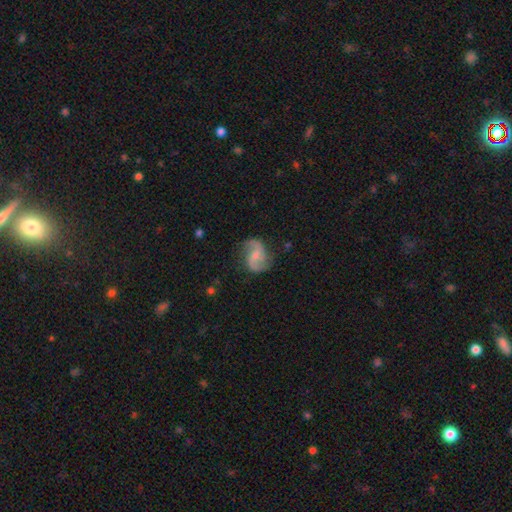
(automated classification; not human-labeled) Q: Smooth or featured?
A: featured or disk (85%); runner-up: smooth (10%)
Q: Edge-on disk?
A: no (98%); runner-up: yes (2%)
Q: Bar?
A: weak (45%); runner-up: no (43%)
Q: Spiral arms?
A: yes (97%); runner-up: no (3%)
Q: Spiral winding?
A: loose (50%); runner-up: medium (41%)
Q: Spiral arm count?
A: 2 (93%); runner-up: can't tell (2%)
Q: Bulge size?
A: small (53%); runner-up: moderate (30%)
Q: Merging?
A: none (78%); runner-up: minor disturbance (15%)